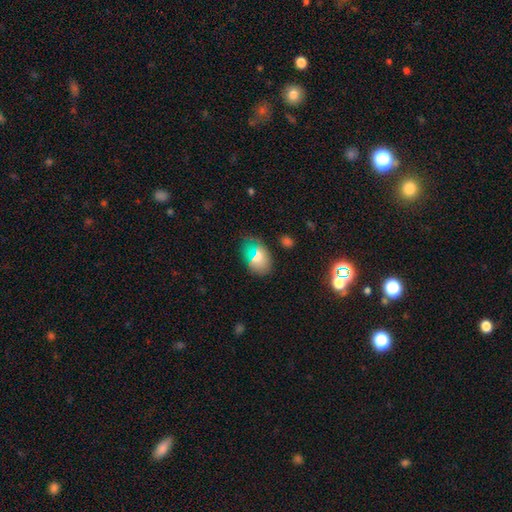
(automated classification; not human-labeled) smooth-or-featured: smooth: 67% | featured or disk: 17% | star or artifact: 16%
  how-rounded: in between: 82% | round: 16% | cigar-shaped: 2%
  merging: none: 70% | minor disturbance: 20% | major disturbance: 7% | merger: 3%